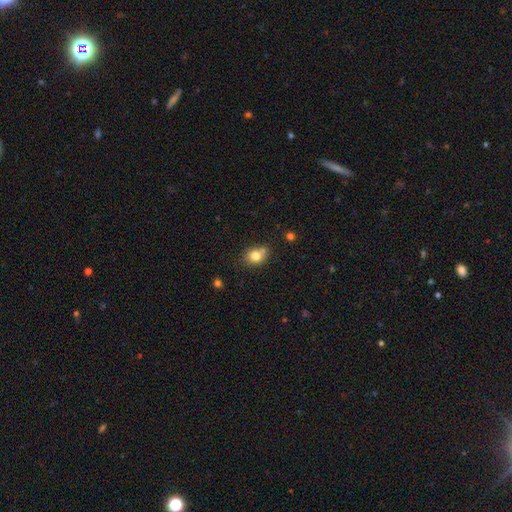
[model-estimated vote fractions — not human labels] This is likely a smooth galaxy (79%). How rounded: possibly round (54%). Merging: likely none (62%).